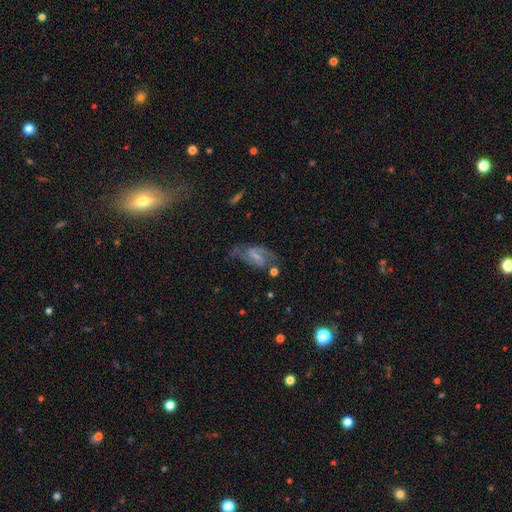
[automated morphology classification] Overall: featured or disk (72%). Edge-on disk: no (94%). Bar: weak (48%; strong 32%). Spiral arms: yes (88%). Spiral arm count: 2 (83%). Spiral winding: medium (46%; loose 35%). Bulge size: small (51%; none 25%). Merging: none (54%; minor disturbance 23%).